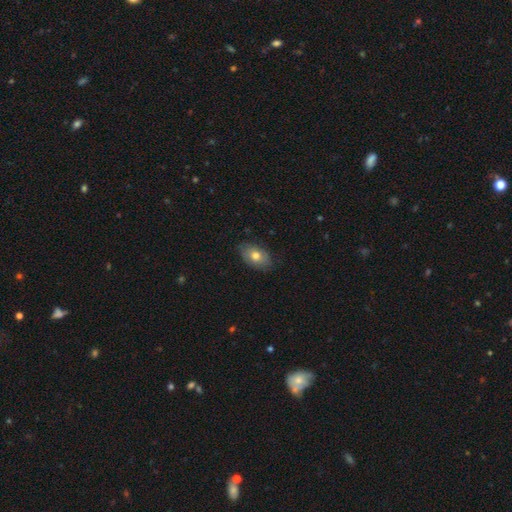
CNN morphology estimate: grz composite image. It shows a smooth galaxy with no disk features (70%) that is in between round and cigar-shaped (87%). Merging: none (77%).